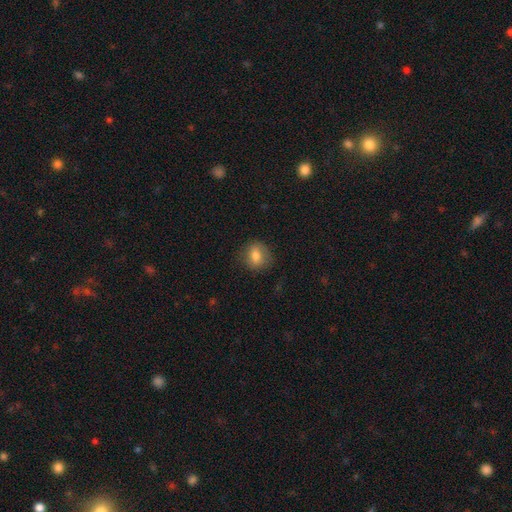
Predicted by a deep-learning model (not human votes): The model was most divided on "how rounded": round: 69%, in between: 30%, cigar-shaped: 1%. More confident: merging — none (79%); smooth or featured — smooth (77%).